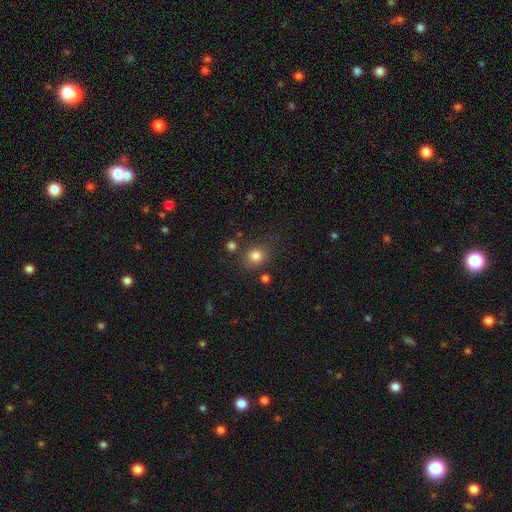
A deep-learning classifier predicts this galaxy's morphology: smooth-or-featured: smooth: 81% | star or artifact: 12% | featured or disk: 6%
  how-rounded: round: 73% | in between: 26% | cigar-shaped: 1%
  merging: none: 76% | minor disturbance: 13% | merger: 6% | major disturbance: 5%